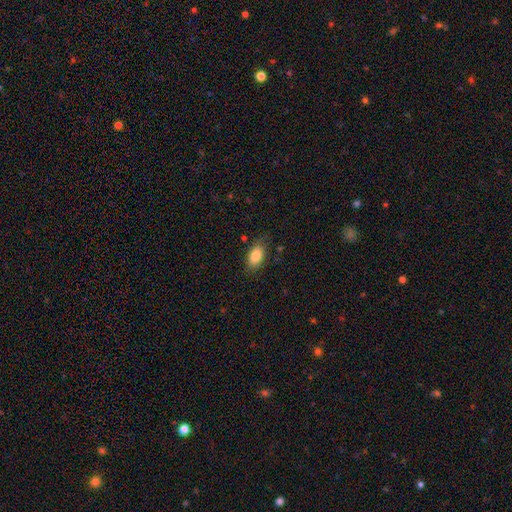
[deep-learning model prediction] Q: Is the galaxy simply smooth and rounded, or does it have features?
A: smooth — 84%.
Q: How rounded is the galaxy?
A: in between — 92%.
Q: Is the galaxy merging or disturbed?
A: none — 76%.